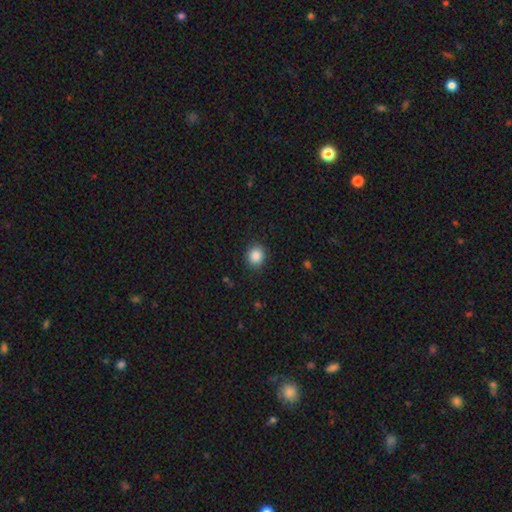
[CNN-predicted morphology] Smooth or featured? Predicted: smooth (p=0.87). How rounded? Predicted: round (p=0.79). Merging? Predicted: none (p=0.89).